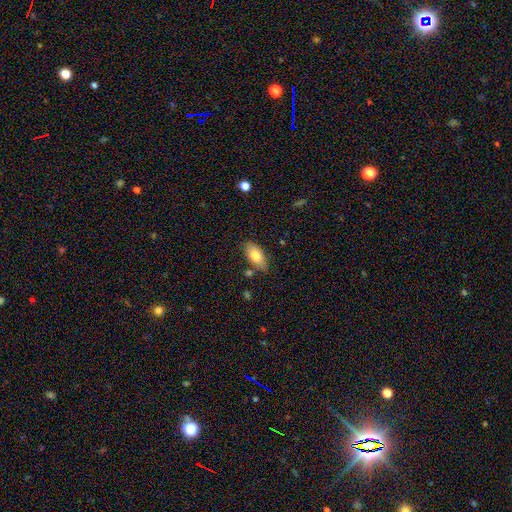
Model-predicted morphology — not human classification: type=smooth (79%); roundness=in between (91%); merging=none (78%).